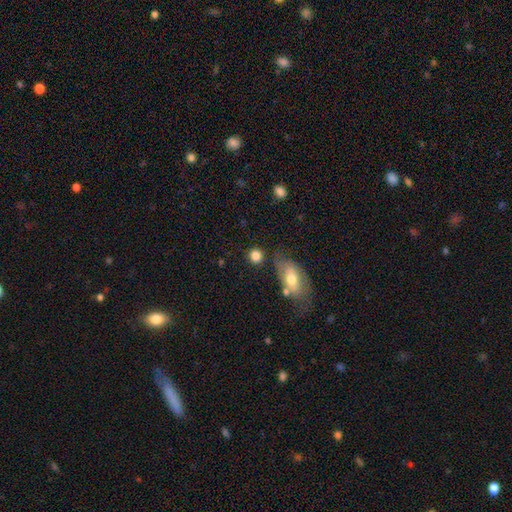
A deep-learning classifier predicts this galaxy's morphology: A smooth galaxy with no disk features (83%) that is round (84%).

Vote fractions:
- Smooth or featured? smooth: 83% / star or artifact: 9% / featured or disk: 7%
- How rounded? round: 84% / in between: 14% / cigar-shaped: 2%
- Merging? none: 73% / minor disturbance: 13% / merger: 9% / major disturbance: 5%